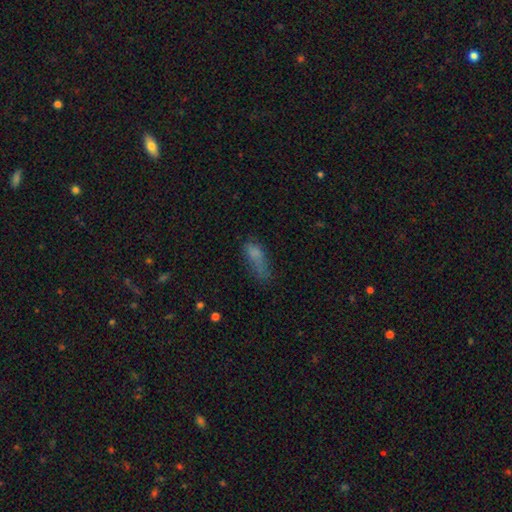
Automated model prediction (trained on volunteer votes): Q: Smooth or featured?
A: smooth (69%); runner-up: featured or disk (17%)
Q: How rounded?
A: in between (65%); runner-up: cigar-shaped (31%)
Q: Merging?
A: major disturbance (33%); runner-up: none (31%)